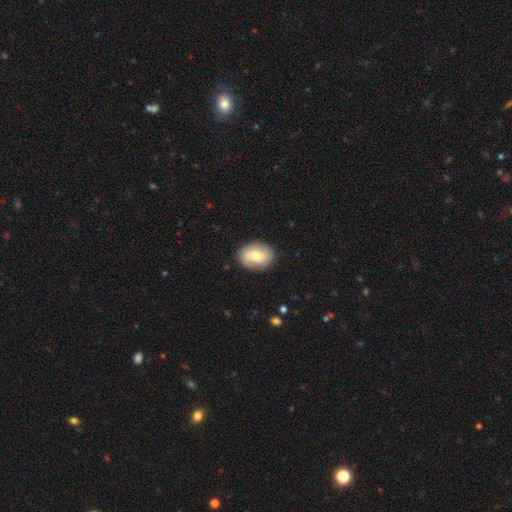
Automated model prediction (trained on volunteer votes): A smooth galaxy with no disk features (66%) that is in between round and cigar-shaped (64%).

Vote fractions:
- Smooth or featured? smooth: 66% / featured or disk: 27% / star or artifact: 7%
- How rounded? in between: 64% / round: 35% / cigar-shaped: 1%
- Merging? none: 86% / minor disturbance: 10% / major disturbance: 3% / merger: 1%